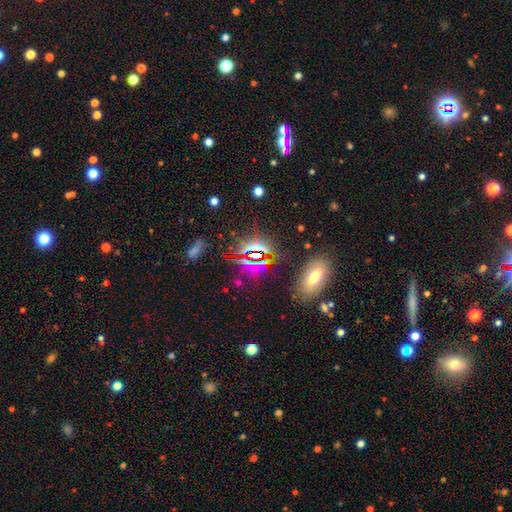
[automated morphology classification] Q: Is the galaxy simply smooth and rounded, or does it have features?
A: star or artifact — 71%.